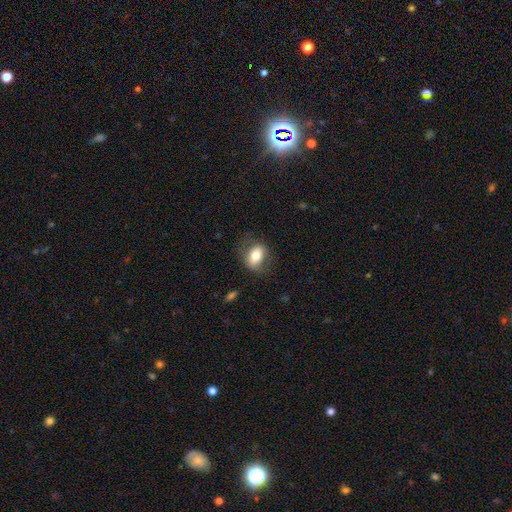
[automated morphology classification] Overall: smooth (67%). How rounded: in between (76%). Merging: none (71%).